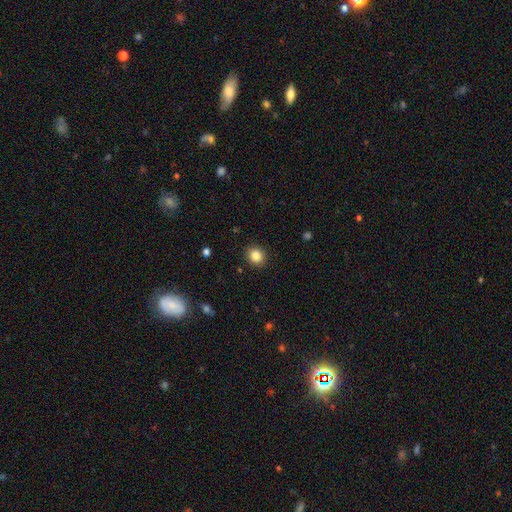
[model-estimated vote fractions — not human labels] A smooth galaxy with no disk features (85%) that is round (76%). Merging: none (91%).